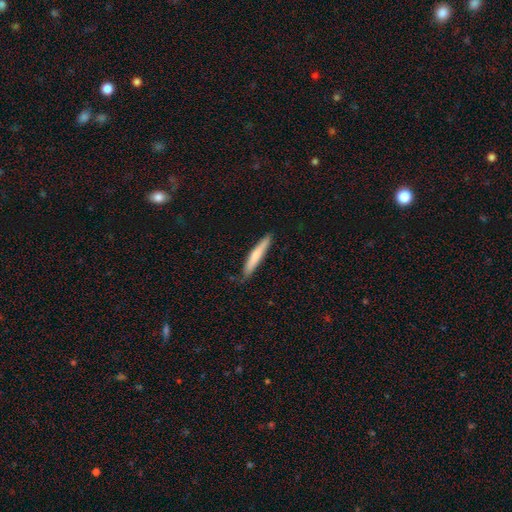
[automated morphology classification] Smooth or featured: smooth — 70% (featured or disk — 24%)
How rounded: cigar-shaped — 93% (in between — 6%)
Merging: none — 83% (minor disturbance — 13%)